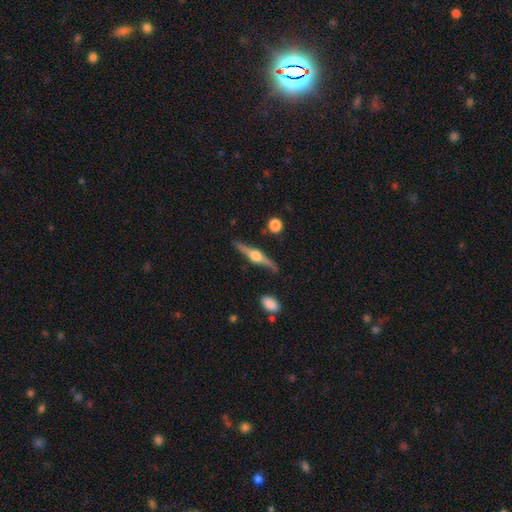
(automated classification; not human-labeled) A featured or disk galaxy (81%) viewed edge-on (97%) with a rounded central bulge (95%).

Vote fractions:
- Smooth or featured? featured or disk: 81% / smooth: 14% / star or artifact: 5%
- Edge-on disk? yes: 97% / no: 3%
- Edge-on bulge? rounded: 95% / boxy: 3% / none: 1%
- Merging? none: 85% / minor disturbance: 10% / major disturbance: 2% / merger: 2%